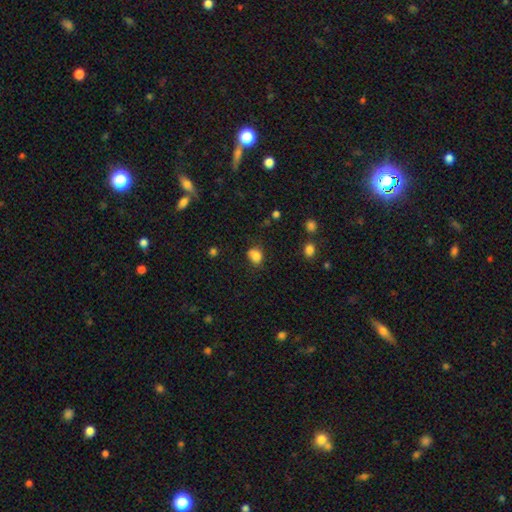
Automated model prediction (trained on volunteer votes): This is clearly a smooth galaxy (82%). How rounded: possibly in between (54%). Merging: possibly none (60%).